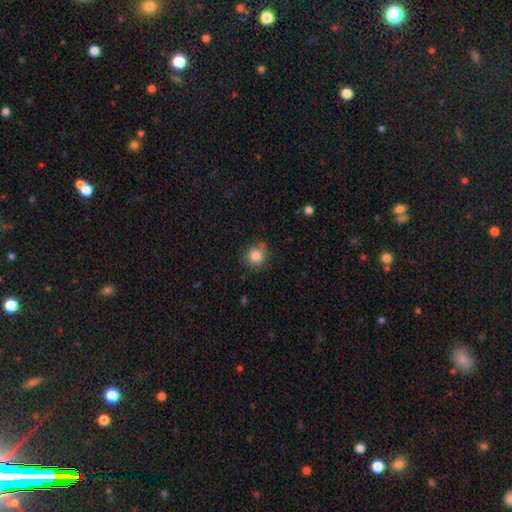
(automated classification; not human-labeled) This is clearly a smooth galaxy (85%). How rounded: clearly round (86%). Merging: likely none (77%).